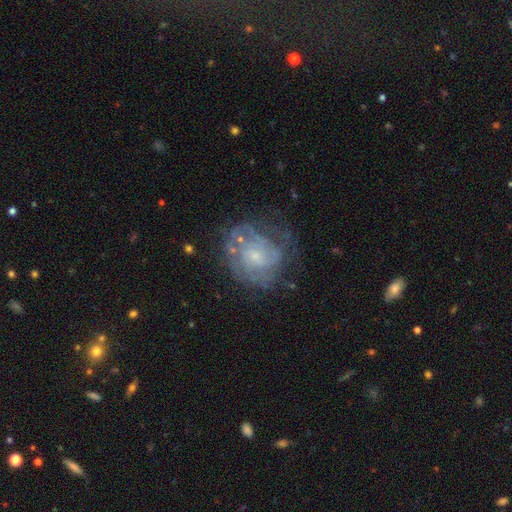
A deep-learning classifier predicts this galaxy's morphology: This appears to be a featured or disk galaxy (76%) with no bar (69%), tight (57%) spiral arms (79%) and a small central bulge (73%). Merging: none (55%).